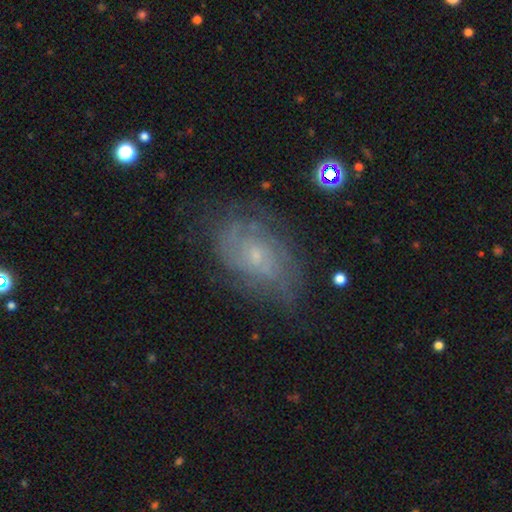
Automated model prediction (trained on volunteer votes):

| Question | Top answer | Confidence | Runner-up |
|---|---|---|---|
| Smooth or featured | featured or disk | 69% | smooth (21%) |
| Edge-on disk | no | 95% | yes (5%) |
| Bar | no | 73% | weak (24%) |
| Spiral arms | yes | 83% | no (17%) |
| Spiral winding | tight | 56% | medium (33%) |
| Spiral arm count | can't tell | 54% | 2 (23%) |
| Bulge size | small | 74% | moderate (19%) |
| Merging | none | 68% | minor disturbance (21%) |